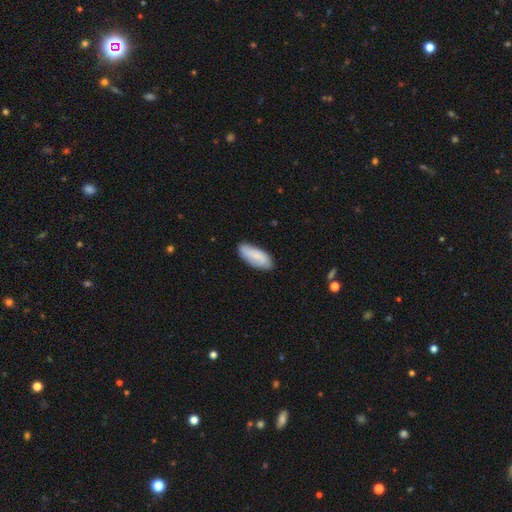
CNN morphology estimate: A smooth galaxy with no disk features (69%) that is in between round and cigar-shaped (80%).

Vote fractions:
- Smooth or featured? smooth: 69% / featured or disk: 25% / star or artifact: 6%
- How rounded? in between: 80% / cigar-shaped: 19% / round: 2%
- Merging? none: 81% / minor disturbance: 15% / major disturbance: 3% / merger: 1%